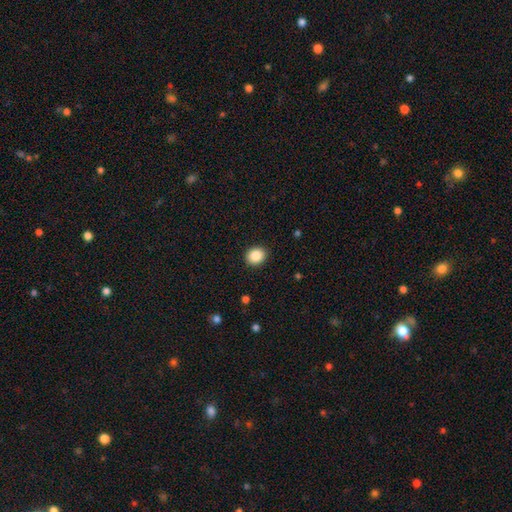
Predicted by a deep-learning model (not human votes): The model was most divided on "how rounded": round: 63%, in between: 36%, cigar-shaped: 1%. More confident: merging — none (91%); smooth or featured — smooth (88%).